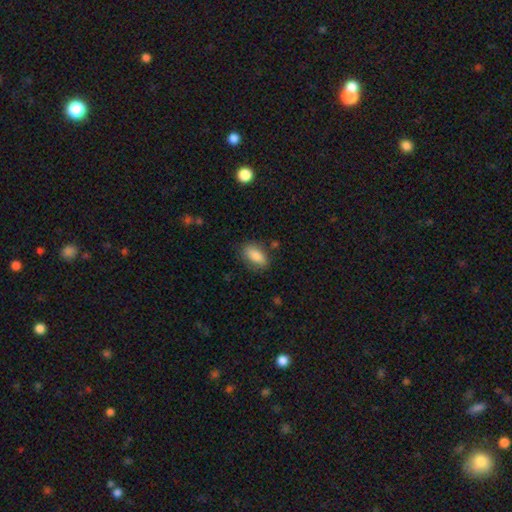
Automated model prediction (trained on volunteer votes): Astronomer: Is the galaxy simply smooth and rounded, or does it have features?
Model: smooth — 81%.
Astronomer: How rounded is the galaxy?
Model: in between — 85%.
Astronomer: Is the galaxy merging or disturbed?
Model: none — 79%.